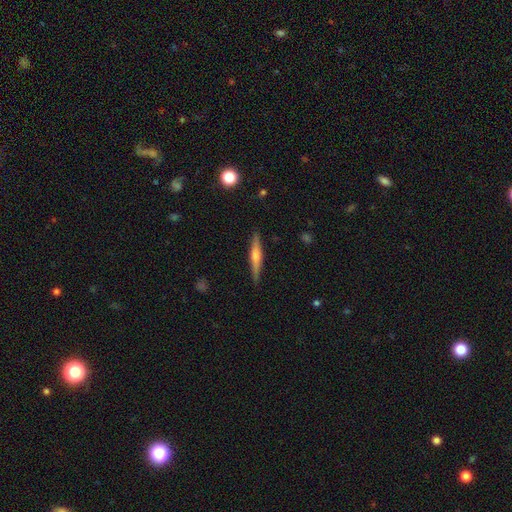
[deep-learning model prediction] featured or disk 55%, smooth 39%, star or artifact 6%. Down the decision tree: edge-on disk — yes (97%); edge-on bulge — rounded (70%); merging — none (89%).